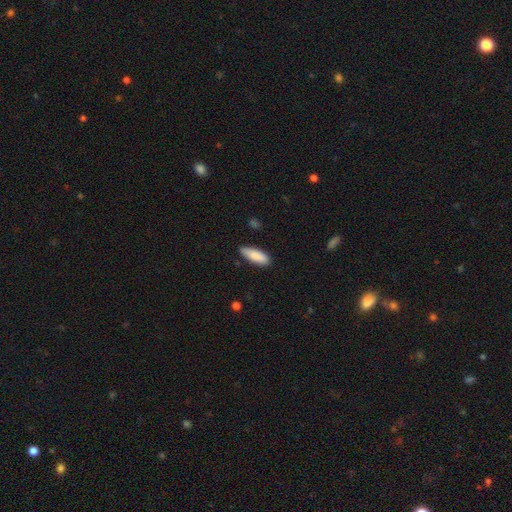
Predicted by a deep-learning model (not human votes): Q: Smooth or featured?
A: smooth (88%); runner-up: featured or disk (6%)
Q: How rounded?
A: in between (63%); runner-up: cigar-shaped (35%)
Q: Merging?
A: none (83%); runner-up: minor disturbance (14%)